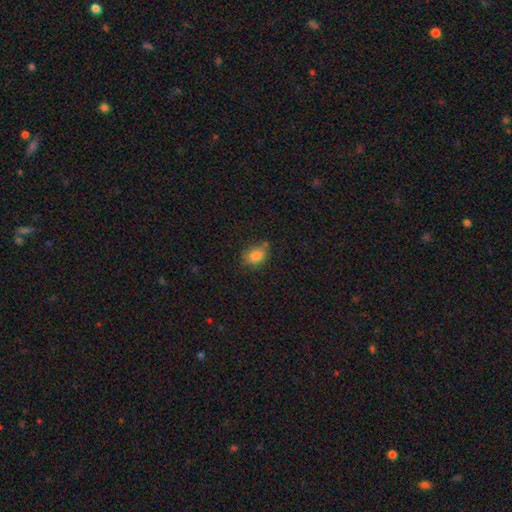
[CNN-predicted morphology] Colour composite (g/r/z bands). It shows a smooth galaxy with no disk features (84%) that is in between round and cigar-shaped (73%). Merging: none (70%).